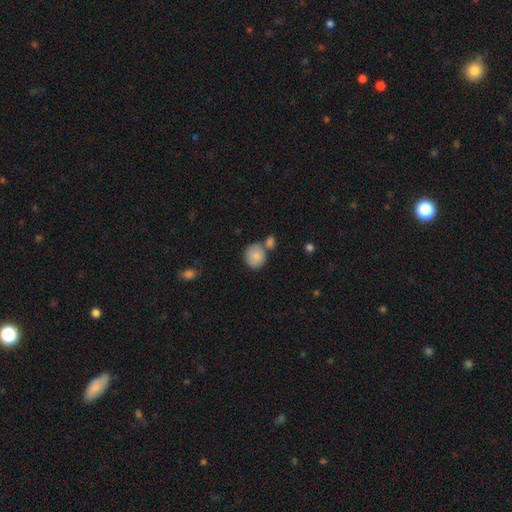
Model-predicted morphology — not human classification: A smooth galaxy with no disk features (84%) that is round (78%). Merging: none (58%).